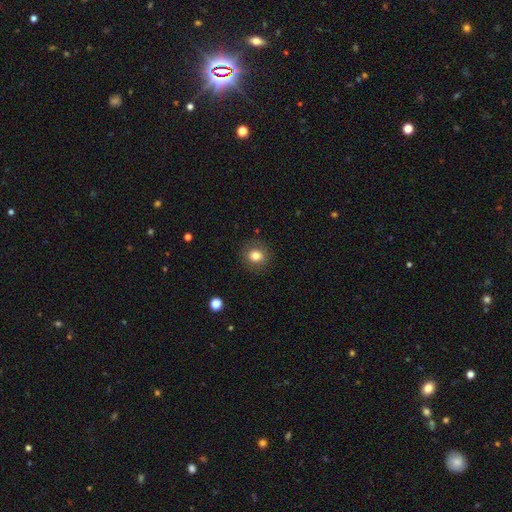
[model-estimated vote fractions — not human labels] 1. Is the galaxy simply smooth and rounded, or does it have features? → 82% smooth, 11% star or artifact, 7% featured or disk.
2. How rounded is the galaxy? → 83% round, 16% in between, 1% cigar-shaped.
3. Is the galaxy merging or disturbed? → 88% none, 8% minor disturbance, 3% major disturbance, 1% merger.